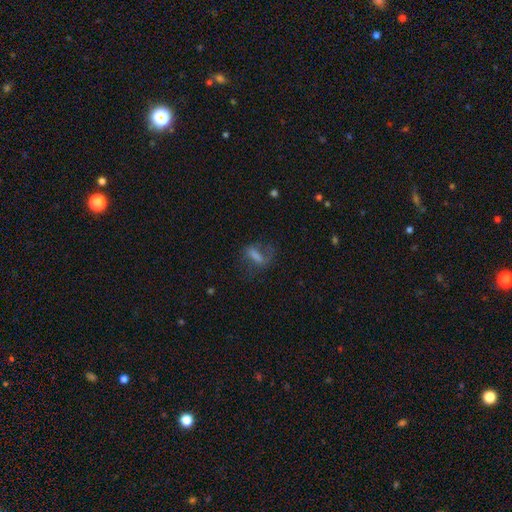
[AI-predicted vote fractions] Morphology: type=smooth (44%); merging=none (55%).